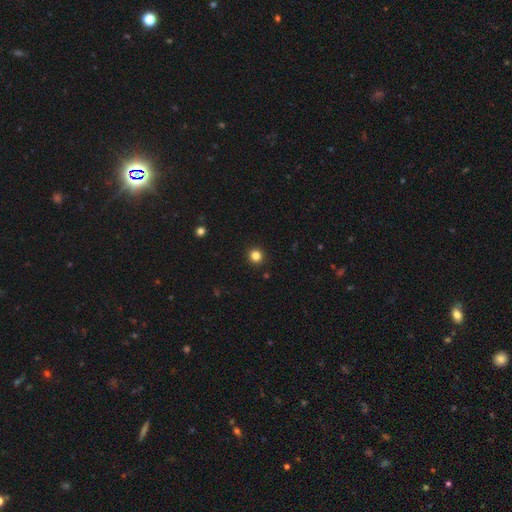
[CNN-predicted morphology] smooth-or-featured: smooth: 83% | star or artifact: 13% | featured or disk: 4%
  how-rounded: round: 94% | in between: 6% | cigar-shaped: 1%
  merging: none: 93% | minor disturbance: 4% | major disturbance: 2% | merger: 1%